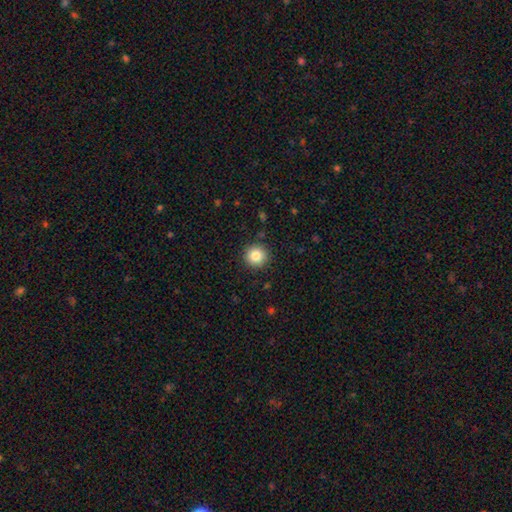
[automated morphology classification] Smooth or featured: smooth — 83% (star or artifact — 10%)
How rounded: round — 95% (in between — 4%)
Merging: none — 91% (minor disturbance — 6%)